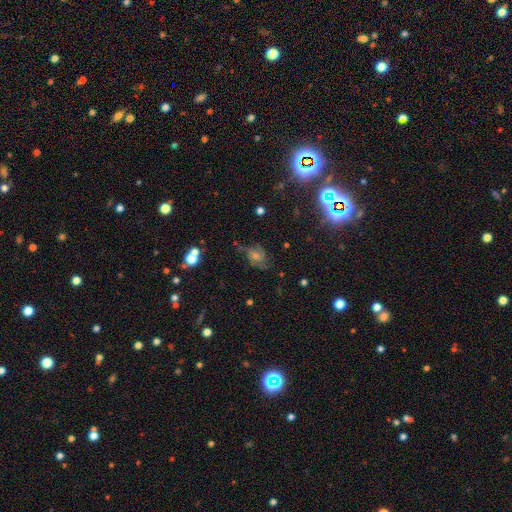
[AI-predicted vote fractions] smooth_or_featured: featured or disk (p=0.49) [alt: star or artifact p=0.33]
merging: none (p=0.60) [alt: minor disturbance p=0.22]